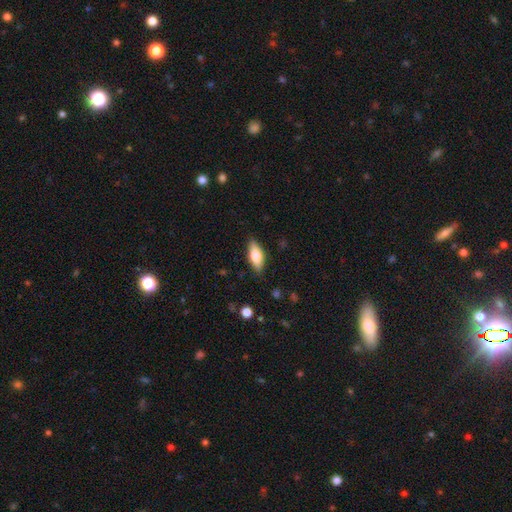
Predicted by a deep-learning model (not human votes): smooth_or_featured: smooth (p=0.66) [alt: featured or disk p=0.28]
how_rounded: in between (p=0.75) [alt: cigar-shaped p=0.22]
merging: none (p=0.85) [alt: minor disturbance p=0.11]